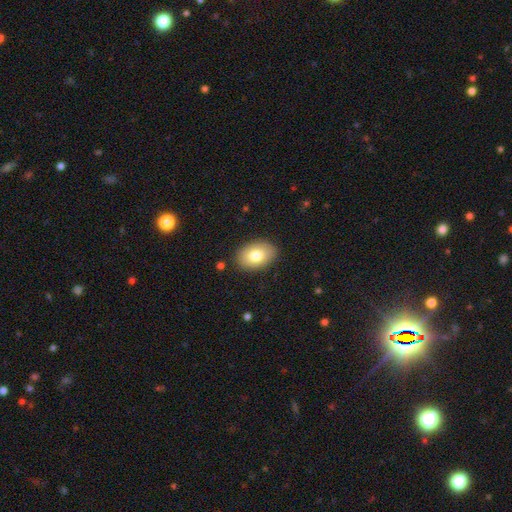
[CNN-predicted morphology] Overall: smooth (79%). How rounded: in between (83%). Merging: none (87%).